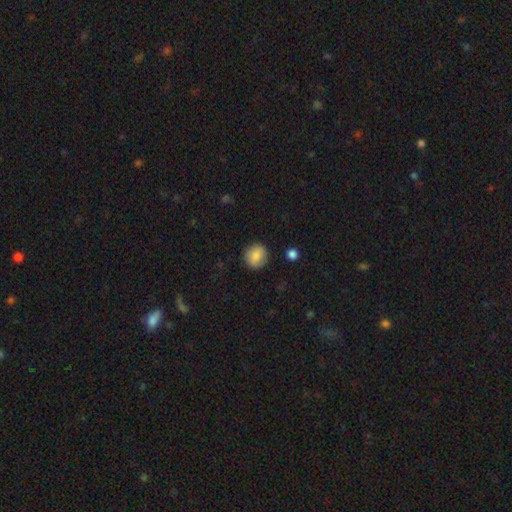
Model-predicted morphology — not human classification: A smooth galaxy with no disk features (83%) that is round (83%). Merging: none (87%).